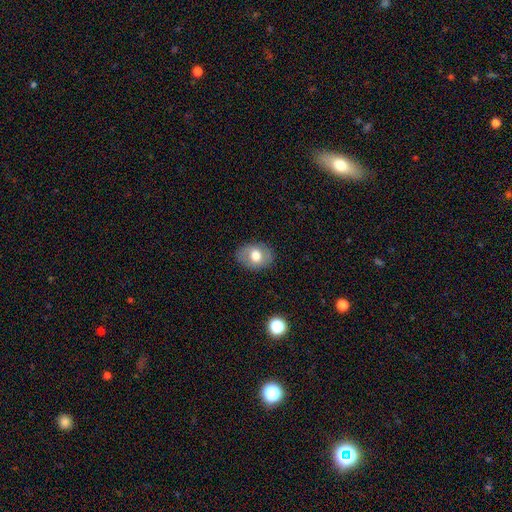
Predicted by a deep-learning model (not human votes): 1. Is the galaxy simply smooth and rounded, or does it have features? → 67% smooth, 25% featured or disk, 8% star or artifact.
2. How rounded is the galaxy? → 70% in between, 29% round, 1% cigar-shaped.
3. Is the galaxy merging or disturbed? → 84% none, 12% minor disturbance, 3% major disturbance, 1% merger.